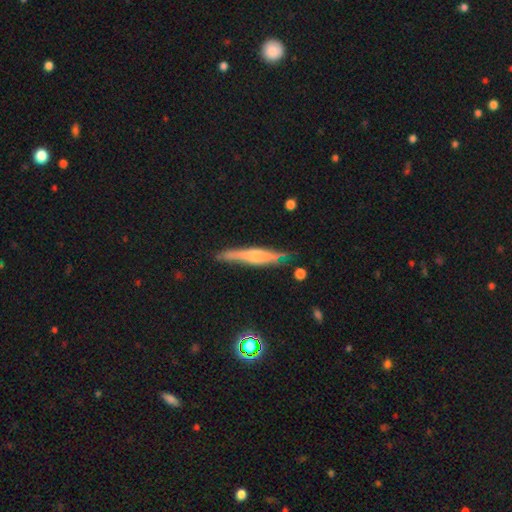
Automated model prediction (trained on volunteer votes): Q: Smooth or featured?
A: featured or disk (58%); runner-up: smooth (35%)
Q: Edge-on disk?
A: yes (93%); runner-up: no (7%)
Q: Edge-on bulge?
A: rounded (54%); runner-up: boxy (29%)
Q: Merging?
A: none (74%); runner-up: minor disturbance (19%)